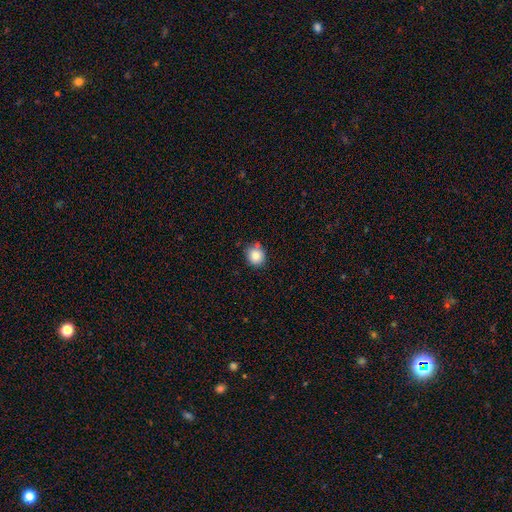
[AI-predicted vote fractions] Q: Smooth or featured?
A: smooth (85%); runner-up: star or artifact (10%)
Q: How rounded?
A: round (85%); runner-up: in between (14%)
Q: Merging?
A: none (76%); runner-up: minor disturbance (14%)